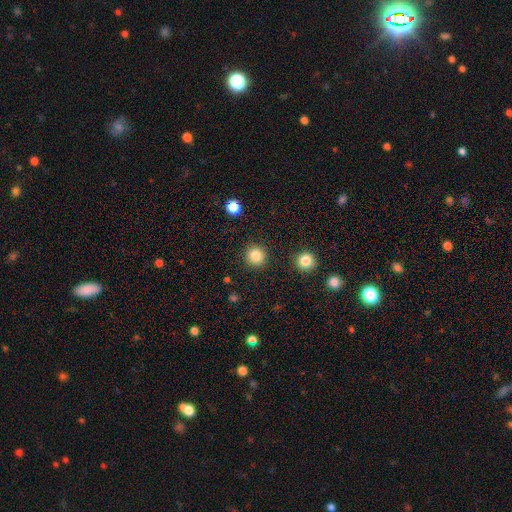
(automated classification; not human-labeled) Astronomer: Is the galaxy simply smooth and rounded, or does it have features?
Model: smooth — 84%.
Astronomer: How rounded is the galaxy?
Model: round — 94%.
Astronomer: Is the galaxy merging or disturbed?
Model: none — 91%.